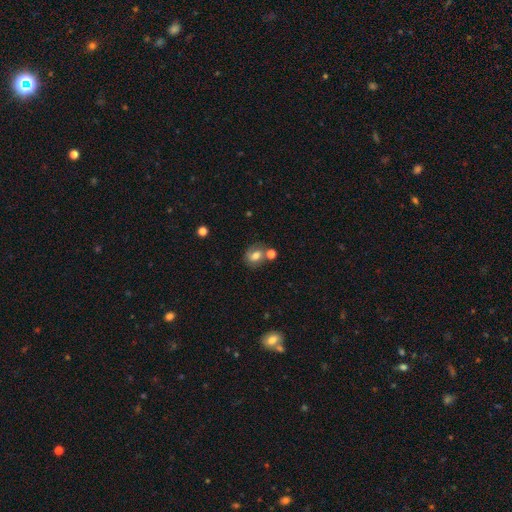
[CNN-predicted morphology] Smooth or featured: smooth — 65% (featured or disk — 23%)
How rounded: round — 56% (in between — 43%)
Merging: none — 54% (merger — 23%)